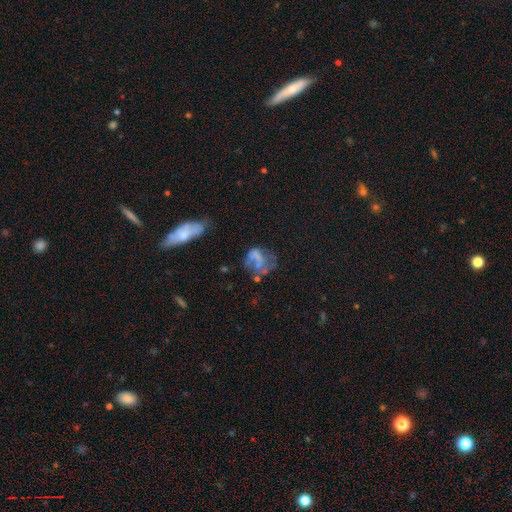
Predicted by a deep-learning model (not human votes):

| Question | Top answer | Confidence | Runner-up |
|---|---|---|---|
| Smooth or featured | featured or disk | 45% | smooth (39%) |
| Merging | none | 36% | major disturbance (31%) |